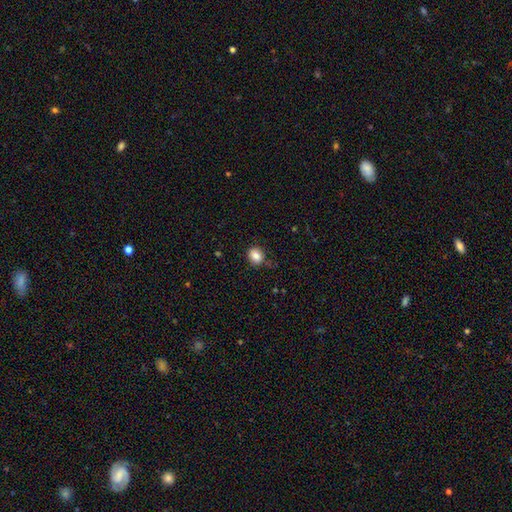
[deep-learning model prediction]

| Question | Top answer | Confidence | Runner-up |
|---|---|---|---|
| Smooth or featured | smooth | 85% | star or artifact (9%) |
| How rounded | round | 55% | in between (44%) |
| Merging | none | 75% | minor disturbance (19%) |